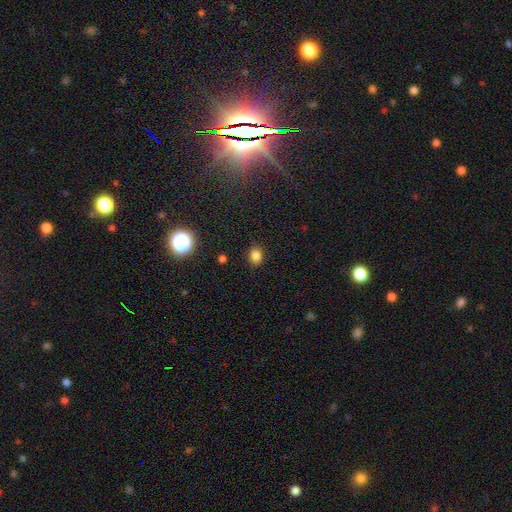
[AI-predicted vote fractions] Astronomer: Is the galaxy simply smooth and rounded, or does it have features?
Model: smooth — 82%.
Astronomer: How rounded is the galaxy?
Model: round — 58% (runner-up: in between, 41%).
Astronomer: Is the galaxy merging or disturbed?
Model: none — 85%.